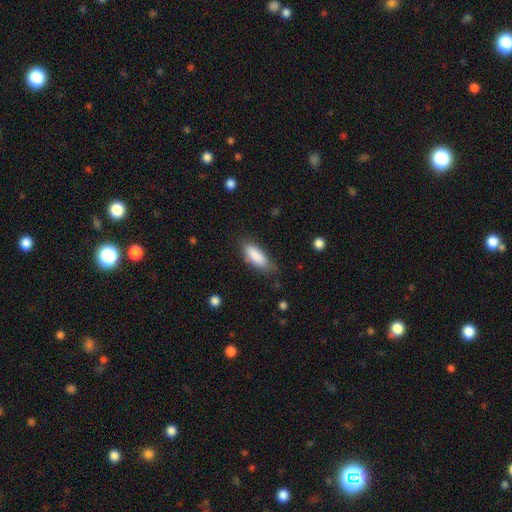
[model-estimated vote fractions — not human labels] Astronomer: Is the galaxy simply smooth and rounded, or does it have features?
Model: smooth — 86%.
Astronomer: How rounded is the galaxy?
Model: in between — 71%.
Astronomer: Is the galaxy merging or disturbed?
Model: none — 72%.